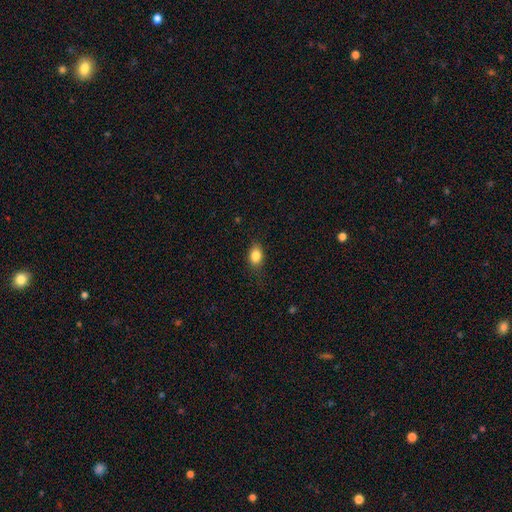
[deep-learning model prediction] Smooth or featured?
  - smooth: 84% *
  - star or artifact: 9%
  - featured or disk: 7%
How rounded?
  - in between: 77% *
  - round: 21%
  - cigar-shaped: 2%
Merging?
  - none: 80% *
  - minor disturbance: 15%
  - major disturbance: 3%
  - merger: 1%